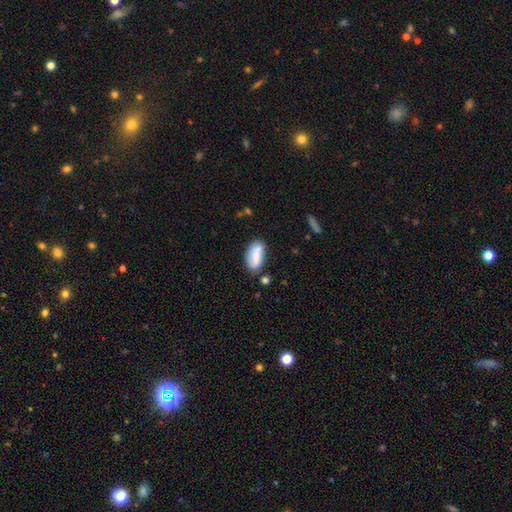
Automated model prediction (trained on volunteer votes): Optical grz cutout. It shows a smooth galaxy with no disk features (69%) that is in between round and cigar-shaped (86%). Merging: none (68%).